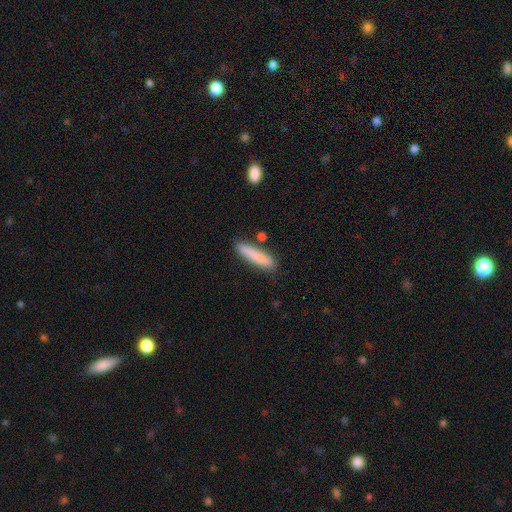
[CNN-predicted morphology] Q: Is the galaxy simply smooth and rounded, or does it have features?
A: smooth — 82%.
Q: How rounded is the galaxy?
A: cigar-shaped — 89%.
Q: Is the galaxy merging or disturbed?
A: none — 82%.